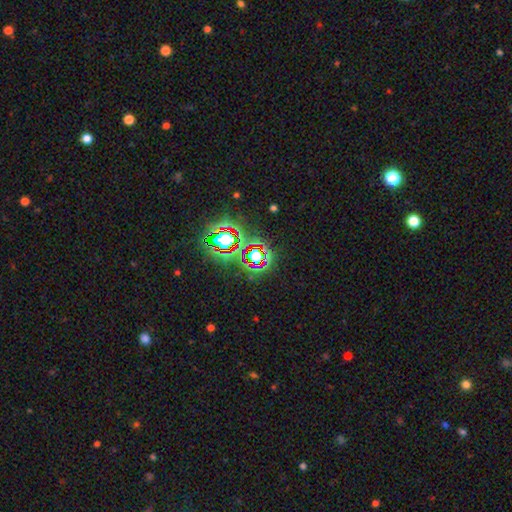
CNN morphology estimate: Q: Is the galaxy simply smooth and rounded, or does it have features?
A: star or artifact — 75%.